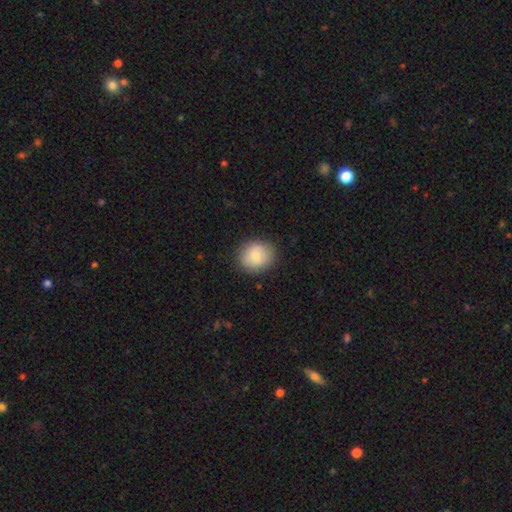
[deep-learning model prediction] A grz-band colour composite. It shows a smooth galaxy with no disk features (82%) that is round (66%). Merging: none (84%).